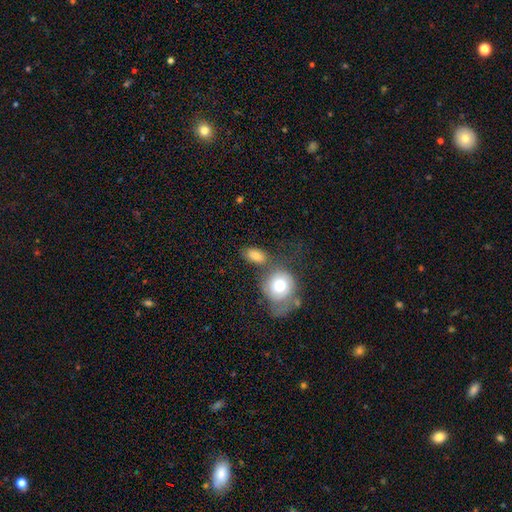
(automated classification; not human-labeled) Smooth or featured: smooth — 80% (featured or disk — 13%)
How rounded: in between — 78% (round — 18%)
Merging: none — 45% (merger — 30%)